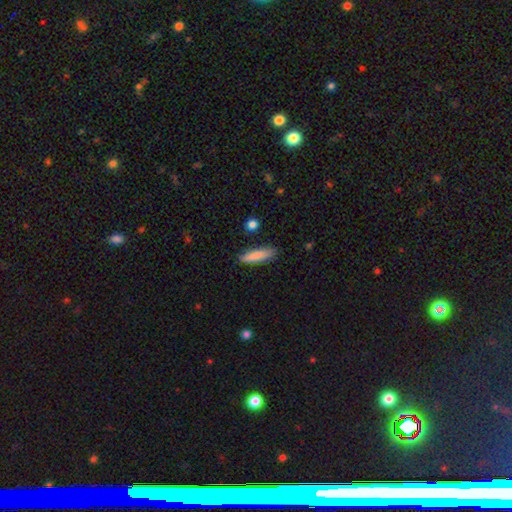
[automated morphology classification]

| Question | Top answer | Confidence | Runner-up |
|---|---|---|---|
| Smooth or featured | smooth | 86% | featured or disk (8%) |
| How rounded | cigar-shaped | 70% | in between (28%) |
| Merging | none | 84% | minor disturbance (12%) |